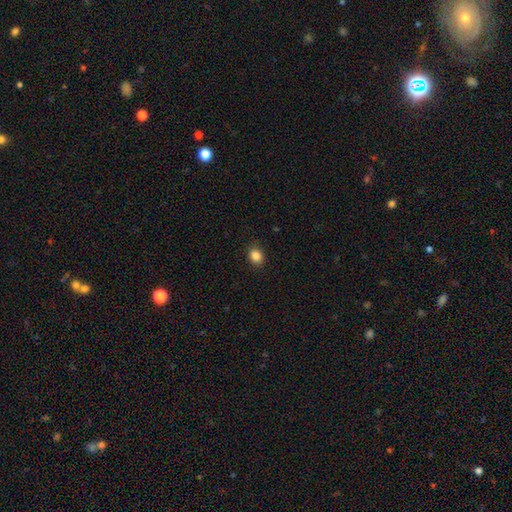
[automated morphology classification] type=smooth (86%); roundness=round (50%); merging=none (87%).